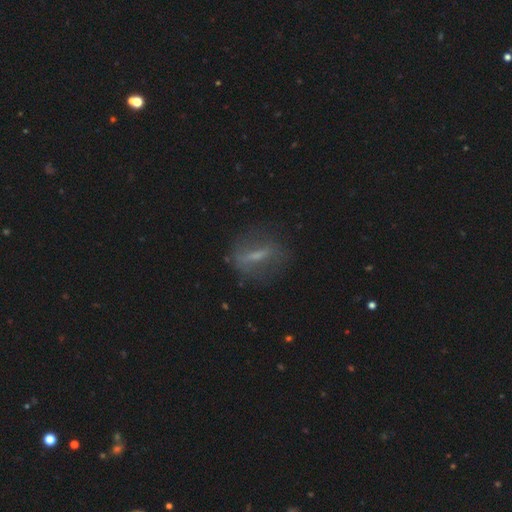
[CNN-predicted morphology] type=featured or disk (53%); edge-on=no (68%); merging=none (73%).